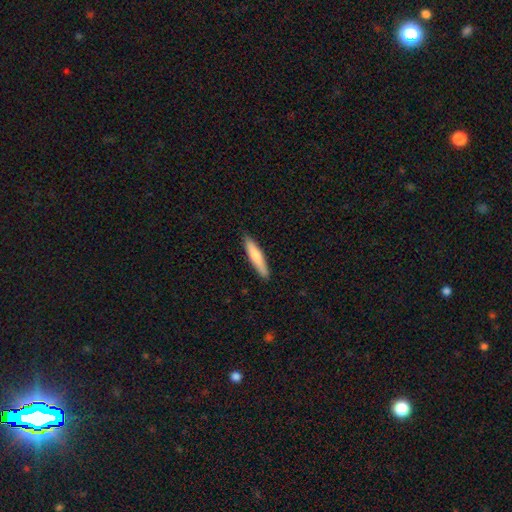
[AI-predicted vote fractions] The model was most divided on "smooth or featured": smooth: 76%, featured or disk: 19%, star or artifact: 5%. More confident: merging — none (88%); how rounded — cigar-shaped (85%).